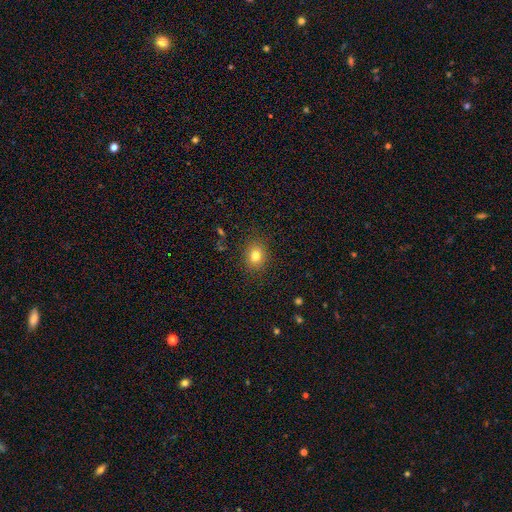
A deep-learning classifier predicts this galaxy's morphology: type=smooth (77%); roundness=round (61%); merging=none (87%).